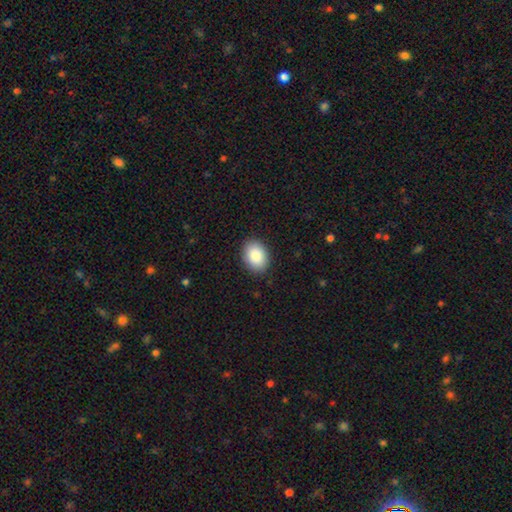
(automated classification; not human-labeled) smooth_or_featured: smooth (p=0.89) [alt: star or artifact p=0.07]
how_rounded: in between (p=0.74) [alt: round p=0.25]
merging: none (p=0.89) [alt: minor disturbance p=0.08]